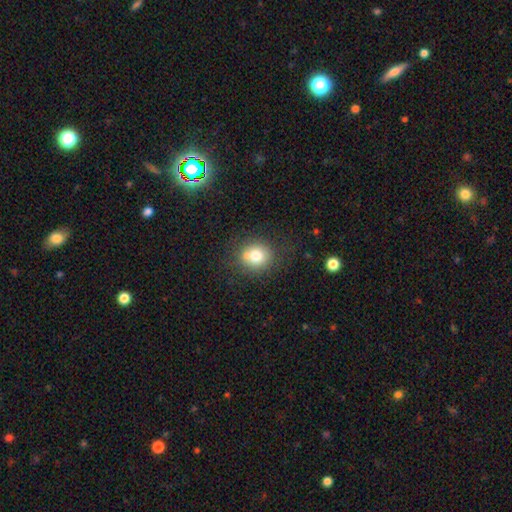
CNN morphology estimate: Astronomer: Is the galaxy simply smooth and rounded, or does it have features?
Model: smooth — 74%.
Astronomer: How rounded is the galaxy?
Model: round — 84%.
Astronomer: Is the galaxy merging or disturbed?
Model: none — 68%.